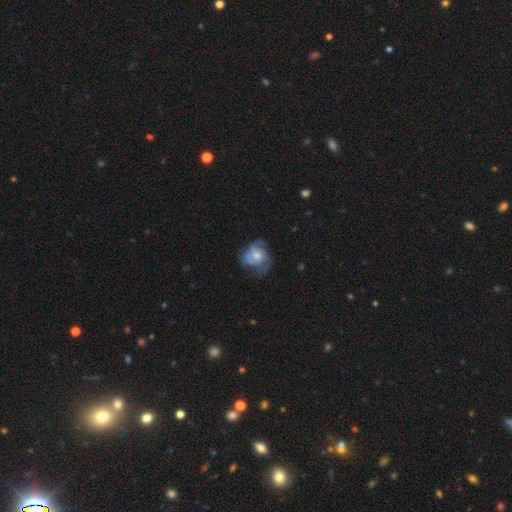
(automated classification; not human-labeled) smooth_or_featured: featured or disk (p=0.68) [alt: smooth p=0.25]
disk_edge_on: no (p=0.98) [alt: yes p=0.02]
bar: no (p=0.77) [alt: weak p=0.20]
has_spiral_arms: yes (p=0.88) [alt: no p=0.12]
spiral_winding: medium (p=0.46) [alt: tight p=0.35]
spiral_arm_count: 3 (p=0.43) [alt: 2 p=0.22]
bulge_size: moderate (p=0.51) [alt: small p=0.38]
merging: none (p=0.54) [alt: minor disturbance p=0.25]